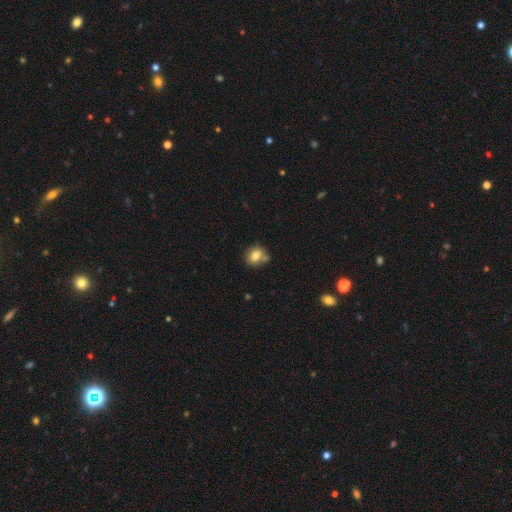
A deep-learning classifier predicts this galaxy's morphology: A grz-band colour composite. It shows a smooth galaxy with no disk features (79%) that is round (70%). Merging: none (60%).